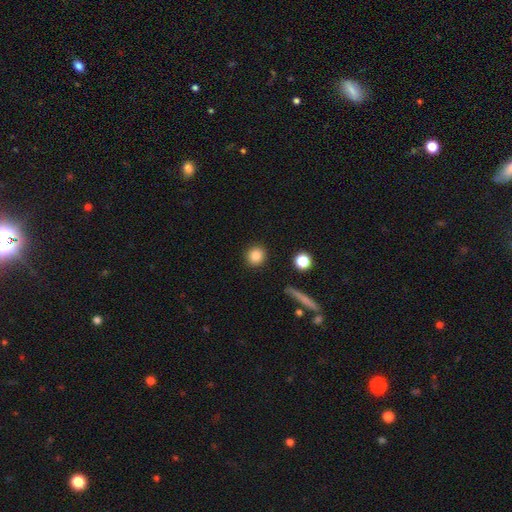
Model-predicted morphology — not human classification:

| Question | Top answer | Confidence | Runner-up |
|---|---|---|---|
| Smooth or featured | smooth | 85% | star or artifact (9%) |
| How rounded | round | 89% | in between (9%) |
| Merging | none | 90% | minor disturbance (6%) |